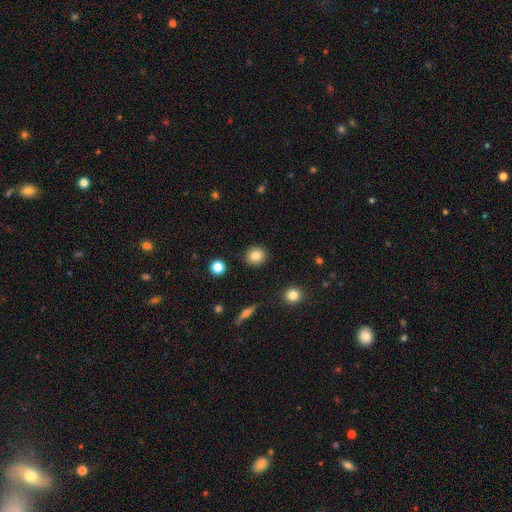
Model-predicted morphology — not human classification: This is clearly a smooth galaxy (83%). How rounded: clearly round (88%). Merging: clearly none (91%).